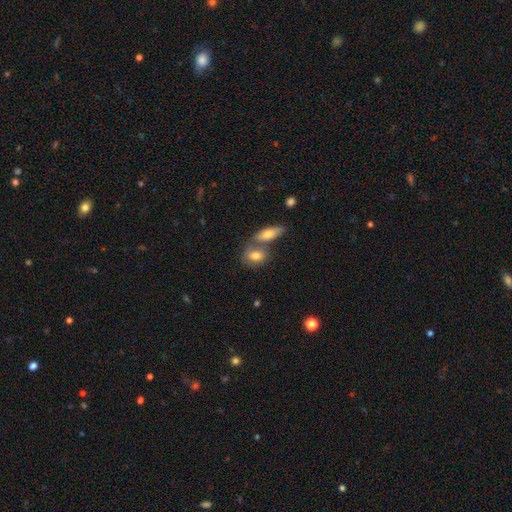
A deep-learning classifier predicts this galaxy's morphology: type=smooth (73%); roundness=in between (68%); merging=merger (43%).